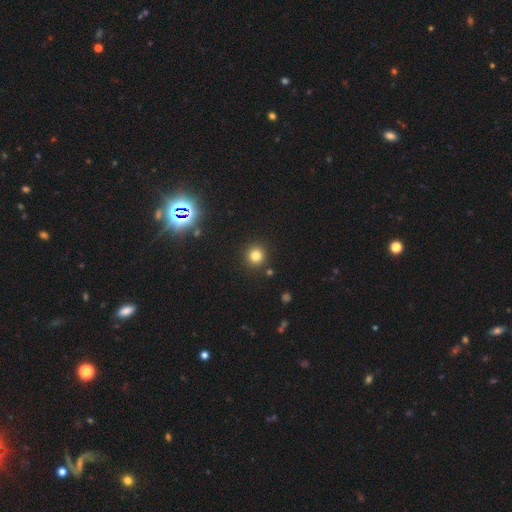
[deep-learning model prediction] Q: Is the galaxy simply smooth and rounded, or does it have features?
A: smooth — 78%.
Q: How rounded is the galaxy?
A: round — 94%.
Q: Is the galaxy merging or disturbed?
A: none — 89%.